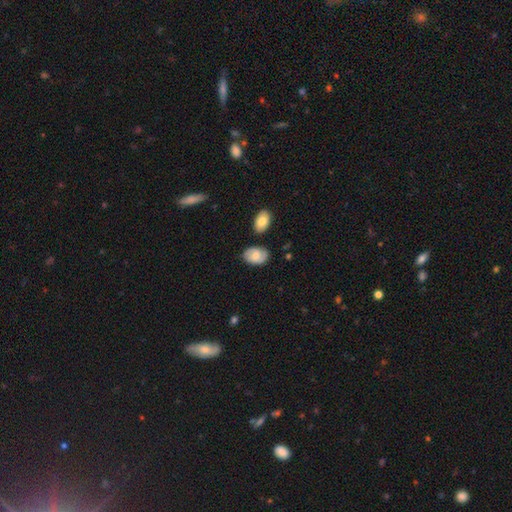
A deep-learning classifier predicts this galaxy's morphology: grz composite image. It shows a smooth galaxy with no disk features (64%) that is in between round and cigar-shaped (85%). Merging: none (73%).